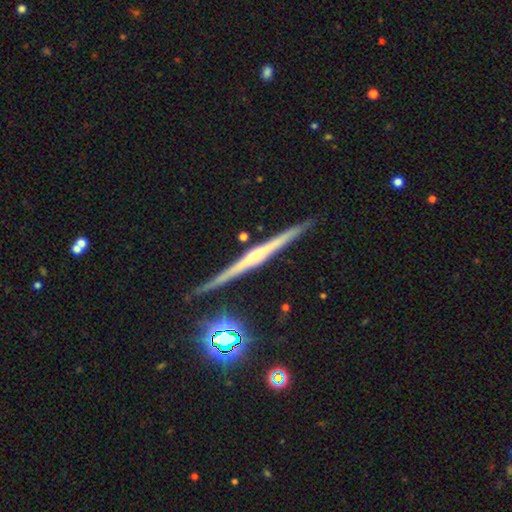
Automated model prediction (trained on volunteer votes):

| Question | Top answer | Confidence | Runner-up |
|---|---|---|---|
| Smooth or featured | featured or disk | 80% | smooth (11%) |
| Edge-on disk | yes | 98% | no (2%) |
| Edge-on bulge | rounded | 74% | none (20%) |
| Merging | none | 90% | minor disturbance (7%) |